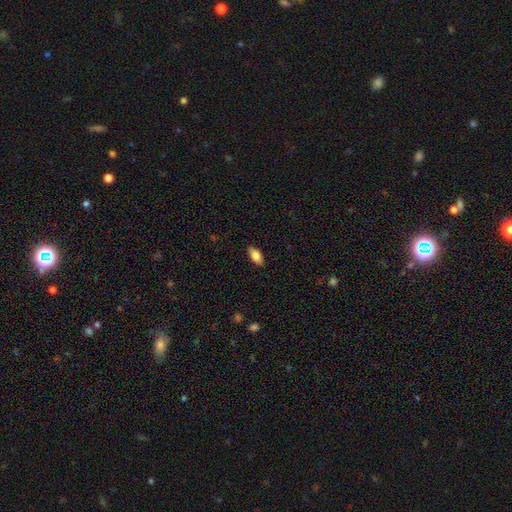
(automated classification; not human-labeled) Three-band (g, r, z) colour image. It shows a smooth galaxy with no disk features (80%) that is in between round and cigar-shaped (88%). Merging: none (87%).